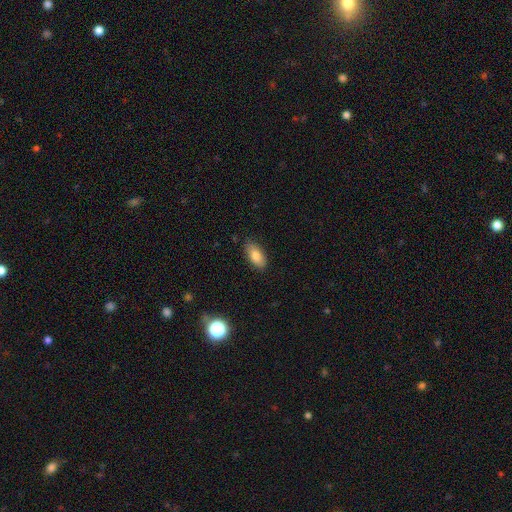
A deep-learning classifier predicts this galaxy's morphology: This appears to be a smooth galaxy with no disk features (84%) that is in between round and cigar-shaped (90%). Merging: none (84%).